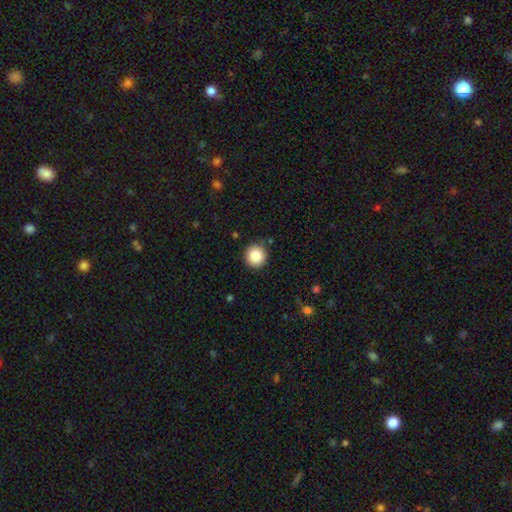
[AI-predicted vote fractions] Smooth or featured? smooth (87%)
How rounded? round (95%)
Merging? none (89%)